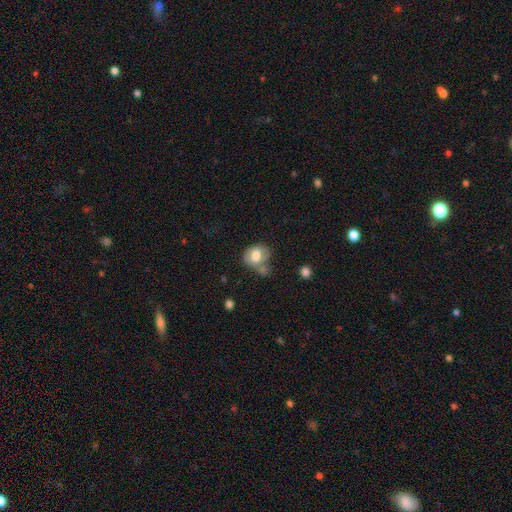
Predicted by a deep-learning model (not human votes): Q: Smooth or featured?
A: smooth (71%); runner-up: featured or disk (22%)
Q: How rounded?
A: round (50%); runner-up: in between (49%)
Q: Merging?
A: none (36%); runner-up: merger (28%)